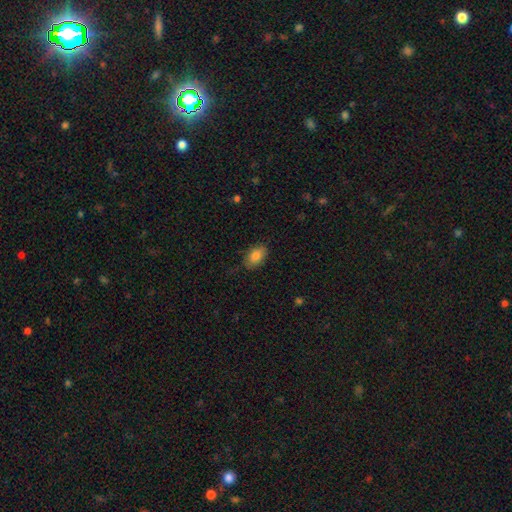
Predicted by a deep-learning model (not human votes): This appears to be a smooth galaxy with no disk features (83%) that is in between round and cigar-shaped (88%). Merging: none (81%).